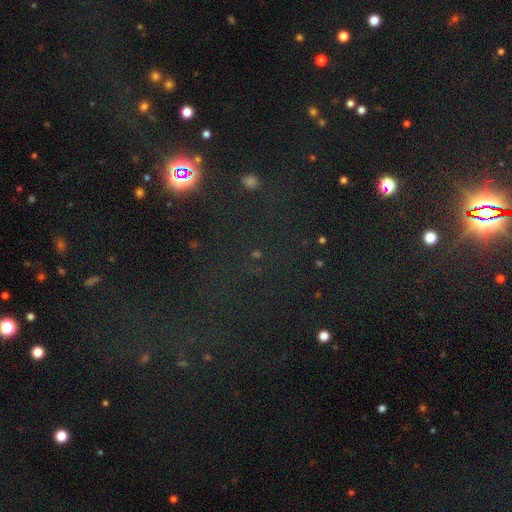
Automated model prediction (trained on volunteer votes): smooth-or-featured: star or artifact: 68% | smooth: 21% | featured or disk: 11%